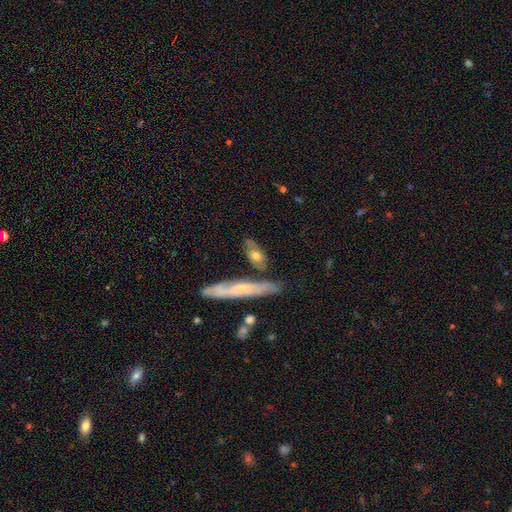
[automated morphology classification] This appears to be a smooth galaxy with no disk features (47%, tied with featured or disk). Merging: none (65%).